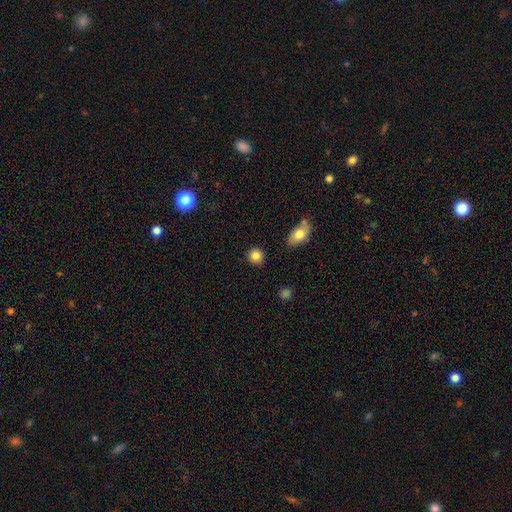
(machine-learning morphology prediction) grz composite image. It shows a smooth galaxy with no disk features (85%) that is round (90%). Merging: none (90%).